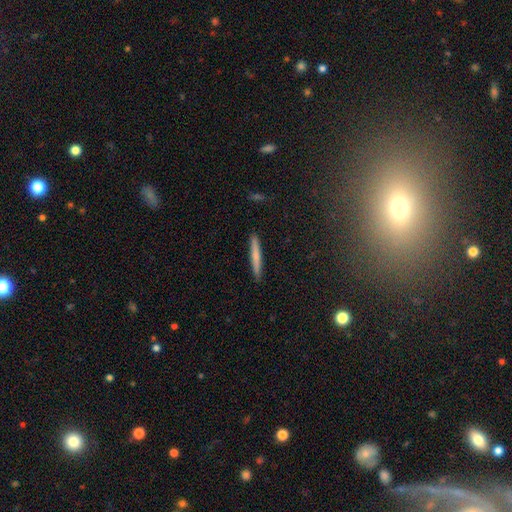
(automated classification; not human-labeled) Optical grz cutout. It shows a smooth galaxy with no disk features (68%) that is cigar-shaped (96%). Merging: none (91%).